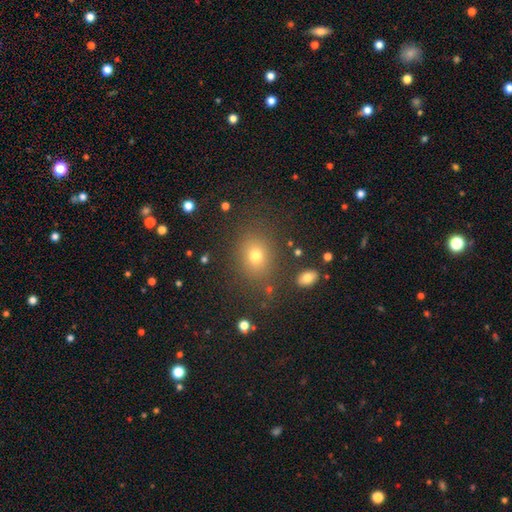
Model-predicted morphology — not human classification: Smooth or featured?
  - smooth: 71% *
  - star or artifact: 19%
  - featured or disk: 10%
How rounded?
  - round: 56% *
  - in between: 43%
  - cigar-shaped: 1%
Merging?
  - none: 82% *
  - minor disturbance: 10%
  - major disturbance: 4%
  - merger: 3%